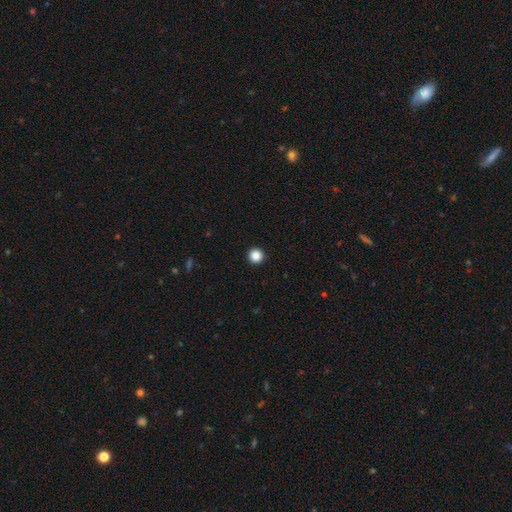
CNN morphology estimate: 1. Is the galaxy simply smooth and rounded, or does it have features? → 86% smooth, 11% star or artifact, 3% featured or disk.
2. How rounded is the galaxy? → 96% round, 3% in between, 1% cigar-shaped.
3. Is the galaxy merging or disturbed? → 94% none, 3% minor disturbance, 1% major disturbance, 1% merger.